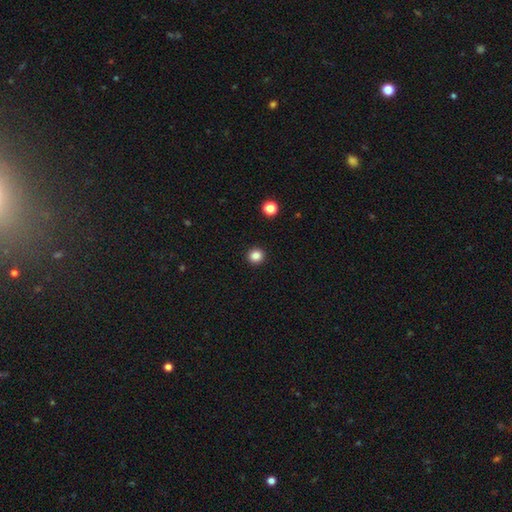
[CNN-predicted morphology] smooth 85%, star or artifact 11%, featured or disk 3%. Down the decision tree: how rounded — round (92%); merging — none (93%).